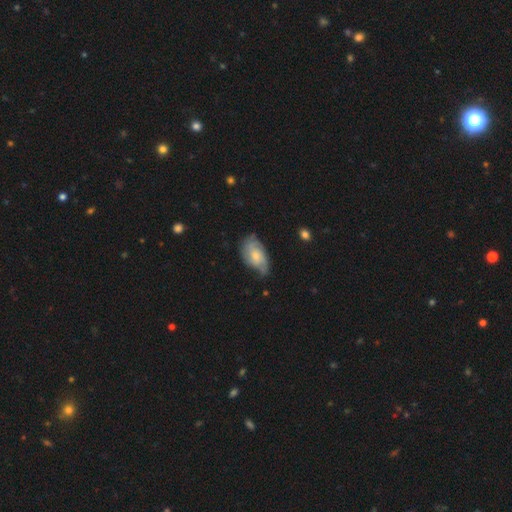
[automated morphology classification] type=featured or disk (59%); edge-on=no (95%); bar=no (71%); spiral arms=yes (87%); bulge=small (50%); merging=none (56%).